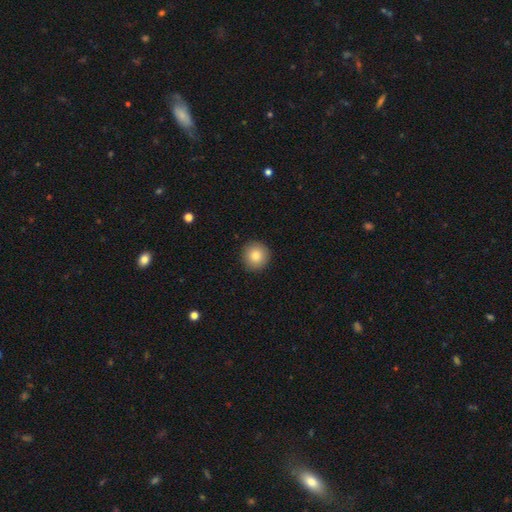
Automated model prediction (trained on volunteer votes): smooth_or_featured: smooth (p=0.84) [alt: star or artifact p=0.09]
how_rounded: round (p=0.94) [alt: in between p=0.05]
merging: none (p=0.92) [alt: minor disturbance p=0.06]